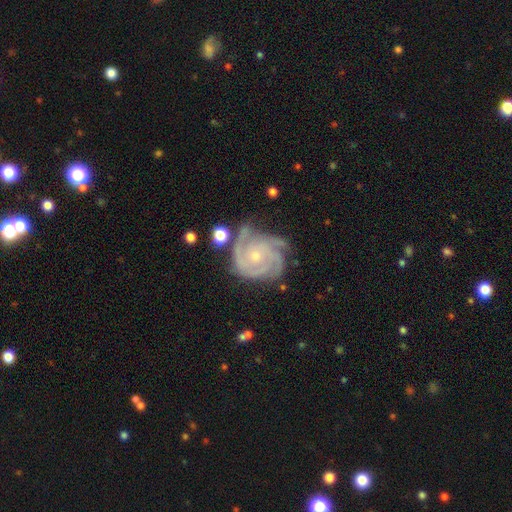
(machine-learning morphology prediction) Smooth or featured? Predicted: featured or disk (p=0.89). Edge-on disk? Predicted: no (p=0.98). Bar? Predicted: no (p=0.75). Spiral arms? Predicted: yes (p=0.98). Spiral winding? Predicted: tight (p=0.71). Spiral arm count? Predicted: 3 (p=0.40). Bulge size? Predicted: small (p=0.68). Merging? Predicted: none (p=0.66).